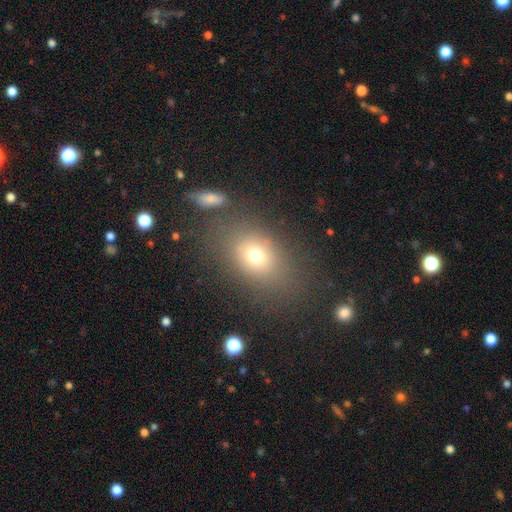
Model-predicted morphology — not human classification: smooth-or-featured: smooth: 69% | star or artifact: 16% | featured or disk: 15%
  how-rounded: in between: 67% | round: 31% | cigar-shaped: 2%
  merging: none: 74% | minor disturbance: 13% | major disturbance: 7% | merger: 6%